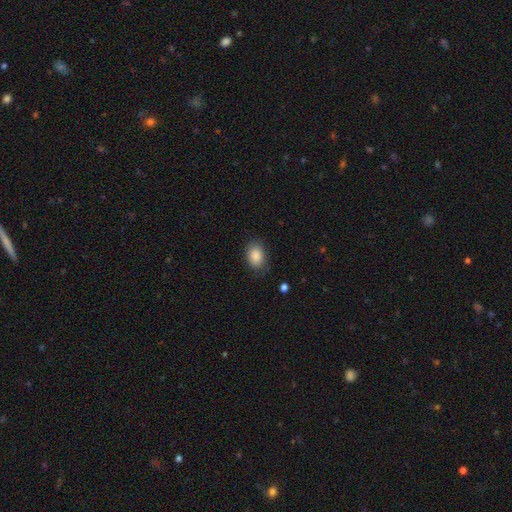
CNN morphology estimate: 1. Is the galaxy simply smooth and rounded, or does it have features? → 88% smooth, 7% star or artifact, 5% featured or disk.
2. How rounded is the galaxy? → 82% in between, 17% round, 1% cigar-shaped.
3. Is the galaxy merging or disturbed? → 81% none, 15% minor disturbance, 4% major disturbance, 1% merger.